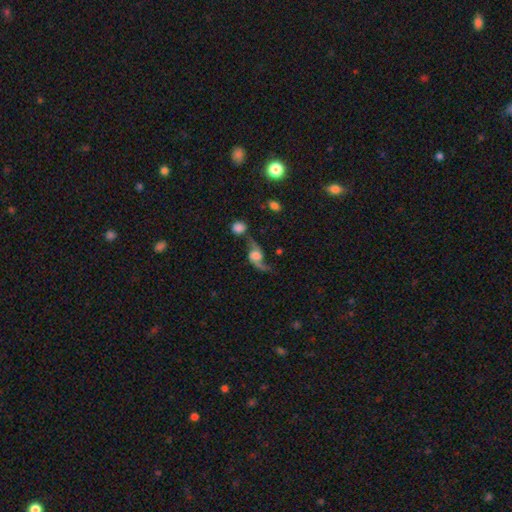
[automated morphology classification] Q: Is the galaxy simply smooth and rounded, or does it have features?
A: featured or disk — 80%.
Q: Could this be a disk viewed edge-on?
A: no — 94%.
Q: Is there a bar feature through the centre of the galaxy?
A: no — 57%.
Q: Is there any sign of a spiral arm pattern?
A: yes — 94%.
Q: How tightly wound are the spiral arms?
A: loose — 85%.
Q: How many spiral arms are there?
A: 2 — 90%.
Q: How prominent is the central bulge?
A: large — 33%.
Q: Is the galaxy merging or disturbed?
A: none — 49%.